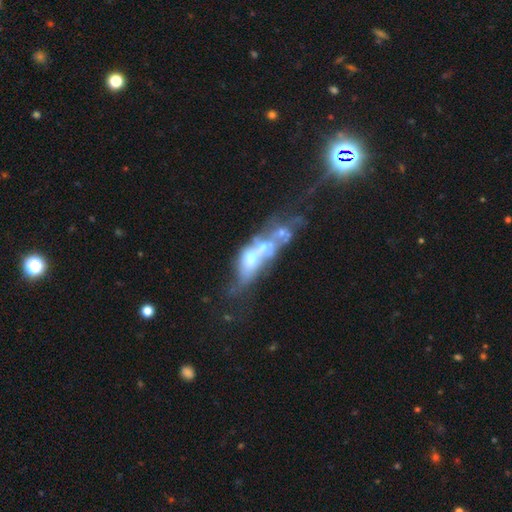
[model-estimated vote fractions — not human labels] Q: Smooth or featured?
A: featured or disk (62%); runner-up: smooth (22%)
Q: Edge-on disk?
A: no (84%); runner-up: yes (16%)
Q: Bar?
A: no (82%); runner-up: weak (12%)
Q: Spiral arms?
A: no (84%); runner-up: yes (16%)
Q: Bulge size?
A: moderate (40%); runner-up: small (26%)
Q: Merging?
A: merger (52%); runner-up: major disturbance (22%)